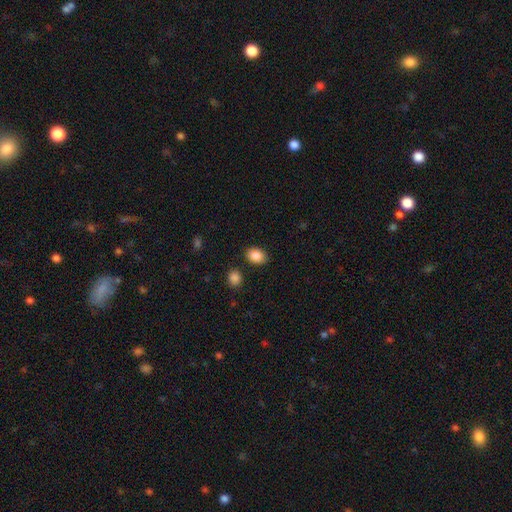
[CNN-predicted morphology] smooth 87%, star or artifact 8%, featured or disk 5%. Down the decision tree: how rounded — in between (71%); merging — none (84%).